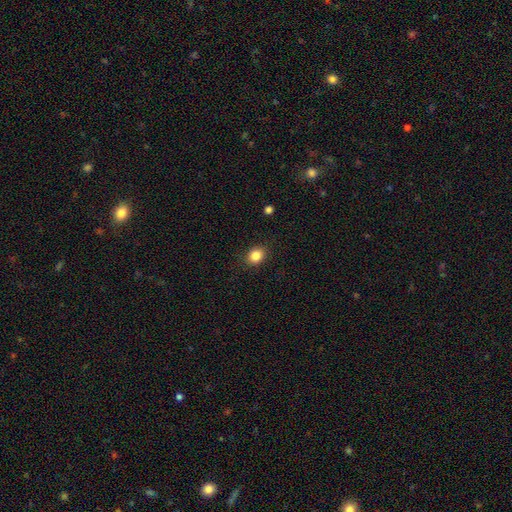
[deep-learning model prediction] A smooth galaxy with no disk features (85%) that is round (53%). Merging: none (87%).